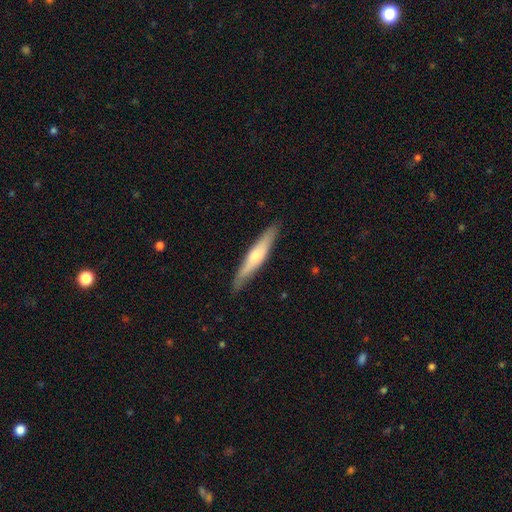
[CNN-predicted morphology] Smooth or featured? Predicted: smooth (p=0.48). Merging? Predicted: none (p=0.88).